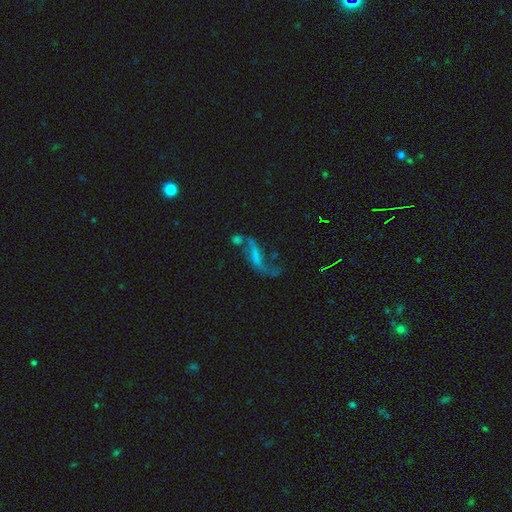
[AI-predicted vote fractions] featured or disk 71%, smooth 17%, star or artifact 13%. Down the decision tree: edge-on disk — no (91%); bar — no (36%); spiral arms — yes (80%); spiral arm count — 2 (85%); spiral winding — loose (92%); bulge size — none (68%); merging — none (38%).